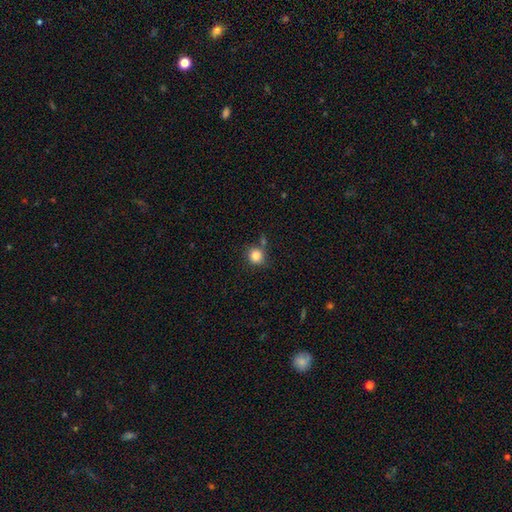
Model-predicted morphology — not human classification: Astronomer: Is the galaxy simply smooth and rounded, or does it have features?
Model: smooth — 84%.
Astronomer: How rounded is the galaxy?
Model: round — 89%.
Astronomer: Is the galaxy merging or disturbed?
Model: none — 72%.